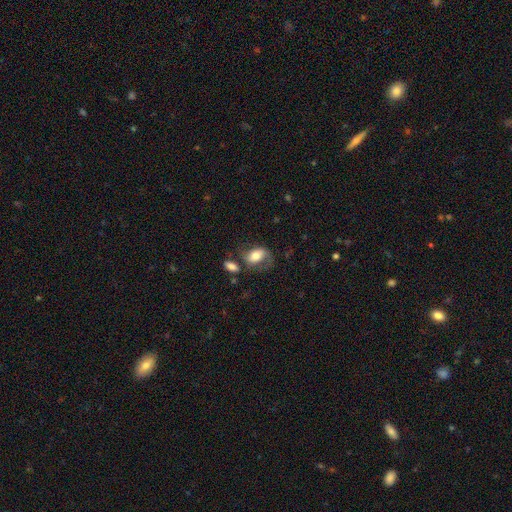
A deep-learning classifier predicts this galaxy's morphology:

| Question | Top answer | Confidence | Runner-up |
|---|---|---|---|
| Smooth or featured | smooth | 49% | featured or disk (43%) |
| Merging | none | 45% | minor disturbance (22%) |